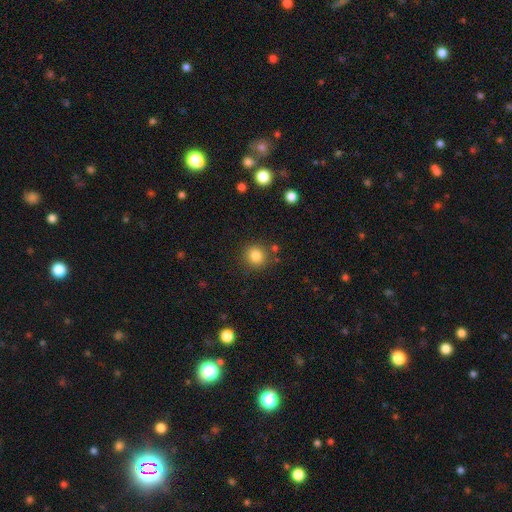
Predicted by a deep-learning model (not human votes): This appears to be a smooth galaxy with no disk features (83%) that is round (90%). Merging: none (84%).